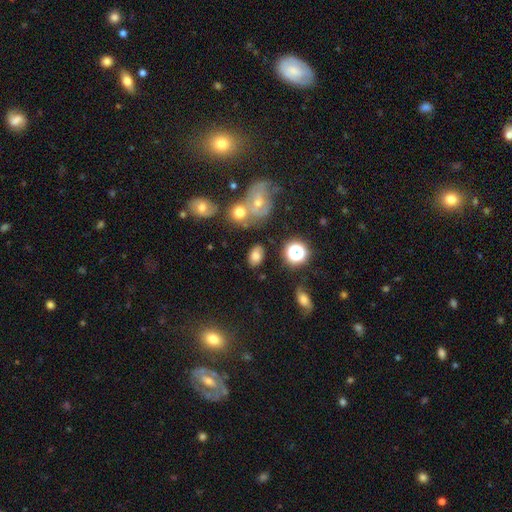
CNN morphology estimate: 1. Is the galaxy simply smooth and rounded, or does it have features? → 72% smooth, 15% star or artifact, 13% featured or disk.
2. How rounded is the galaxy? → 83% in between, 15% round, 2% cigar-shaped.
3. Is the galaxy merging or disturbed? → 74% none, 14% minor disturbance, 7% merger, 5% major disturbance.